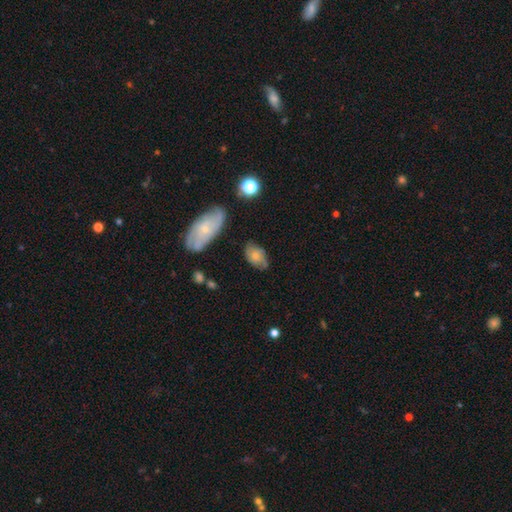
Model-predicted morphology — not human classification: Overall: smooth (56%; featured or disk 36%). How rounded: in between (84%). Merging: none (61%; minor disturbance 26%).